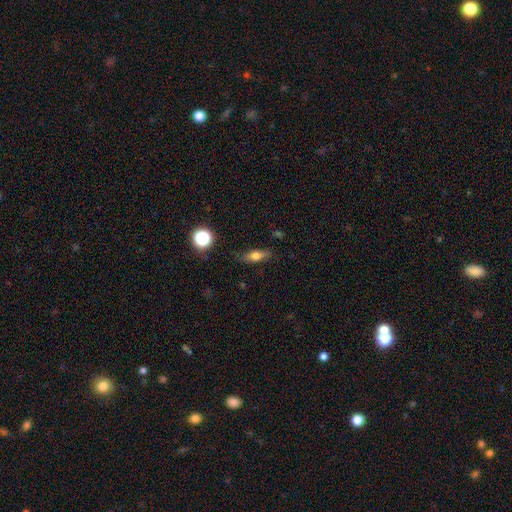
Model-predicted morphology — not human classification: smooth 65%, featured or disk 25%, star or artifact 11%. Down the decision tree: how rounded — in between (58%); merging — none (79%).